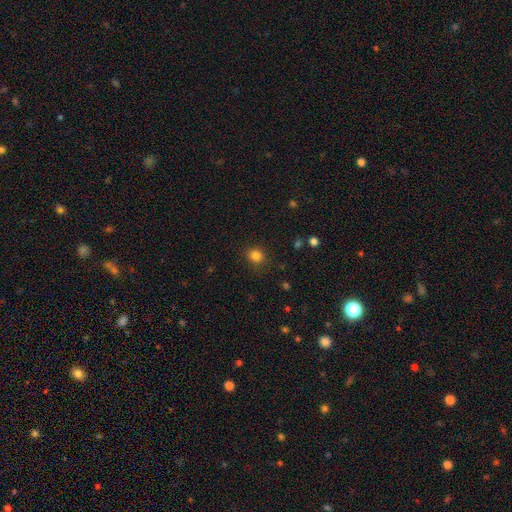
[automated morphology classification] This appears to be a smooth galaxy with no disk features (83%) that is round (82%). Merging: none (88%).